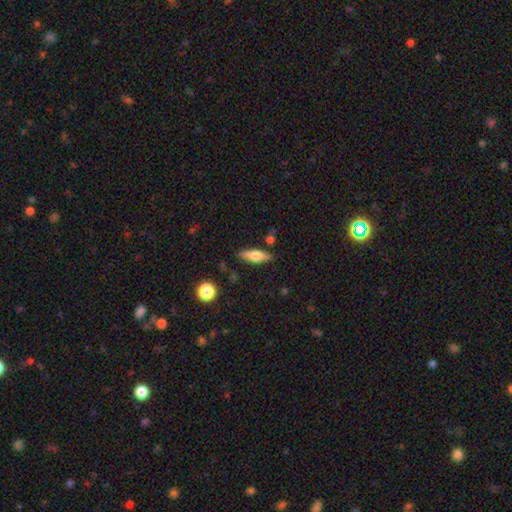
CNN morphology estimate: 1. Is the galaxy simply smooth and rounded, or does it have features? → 57% smooth, 36% featured or disk, 7% star or artifact.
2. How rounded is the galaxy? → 53% in between, 44% cigar-shaped, 3% round.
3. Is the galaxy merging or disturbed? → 82% none, 12% minor disturbance, 3% merger, 3% major disturbance.